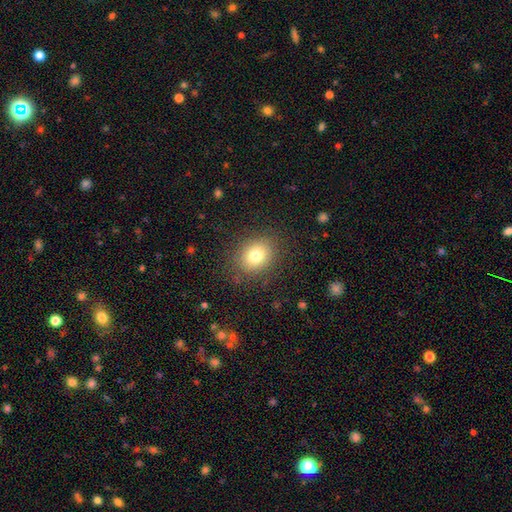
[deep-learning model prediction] A smooth galaxy with no disk features (78%) that is round (58%).

Vote fractions:
- Smooth or featured? smooth: 78% / star or artifact: 11% / featured or disk: 11%
- How rounded? round: 58% / in between: 42% / cigar-shaped: 1%
- Merging? none: 84% / minor disturbance: 10% / major disturbance: 4% / merger: 1%